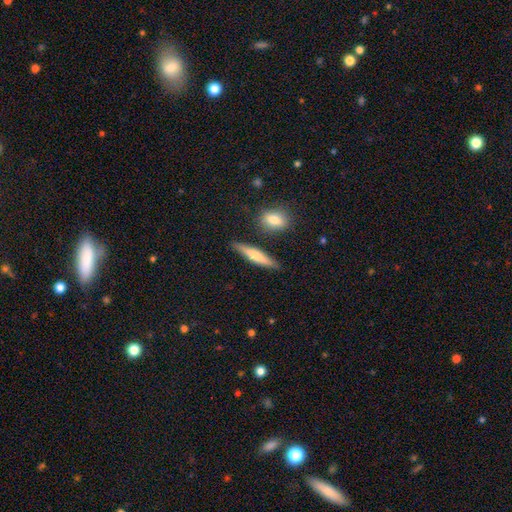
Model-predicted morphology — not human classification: smooth_or_featured: smooth (p=0.62) [alt: featured or disk p=0.32]
how_rounded: cigar-shaped (p=0.84) [alt: in between p=0.14]
merging: none (p=0.83) [alt: minor disturbance p=0.11]